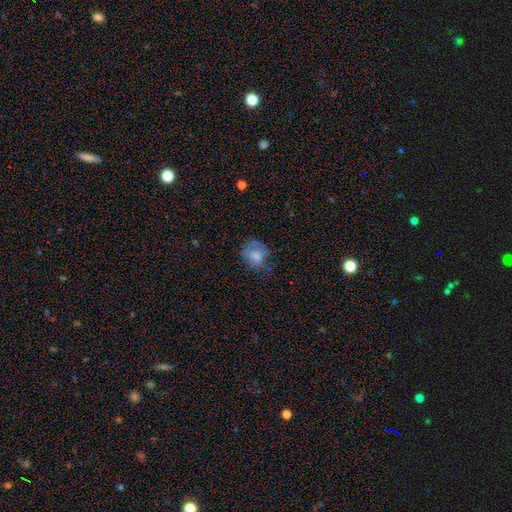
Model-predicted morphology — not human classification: Smooth or featured: smooth — 65% (featured or disk — 25%)
How rounded: round — 67% (in between — 32%)
Merging: none — 52% (minor disturbance — 28%)